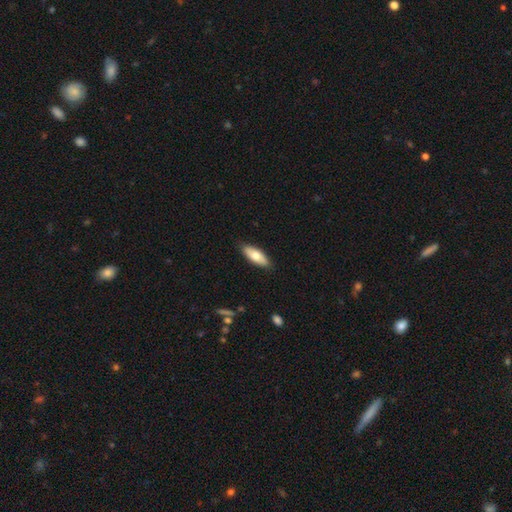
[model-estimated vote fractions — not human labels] A smooth galaxy with no disk features (72%) that is in between round and cigar-shaped (73%). Merging: none (87%).